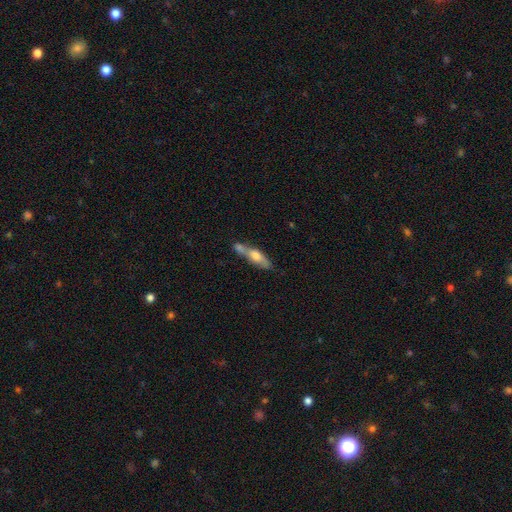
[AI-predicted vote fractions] A smooth galaxy with no disk features (55%) that is cigar-shaped (64%). Merging: none (43%).